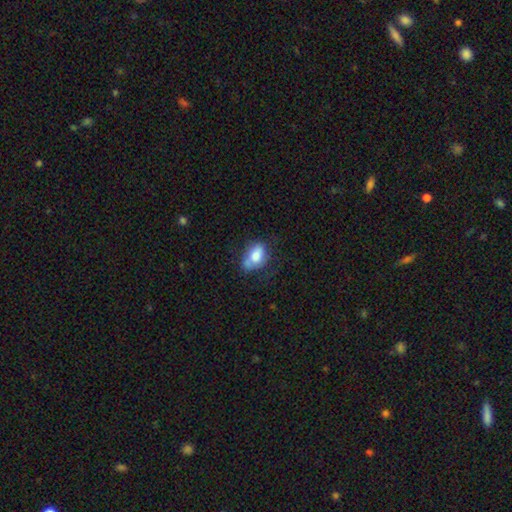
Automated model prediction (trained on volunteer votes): smooth 74%, featured or disk 18%, star or artifact 8%. Down the decision tree: how rounded — in between (85%); merging — none (45%).